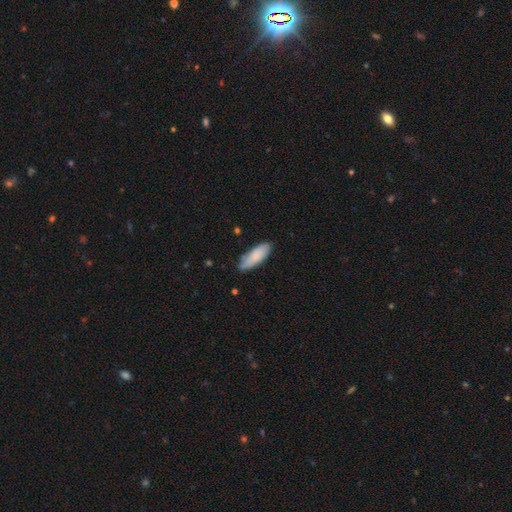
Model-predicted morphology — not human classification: Q: Smooth or featured?
A: smooth (80%); runner-up: featured or disk (14%)
Q: How rounded?
A: in between (70%); runner-up: cigar-shaped (29%)
Q: Merging?
A: none (79%); runner-up: minor disturbance (17%)